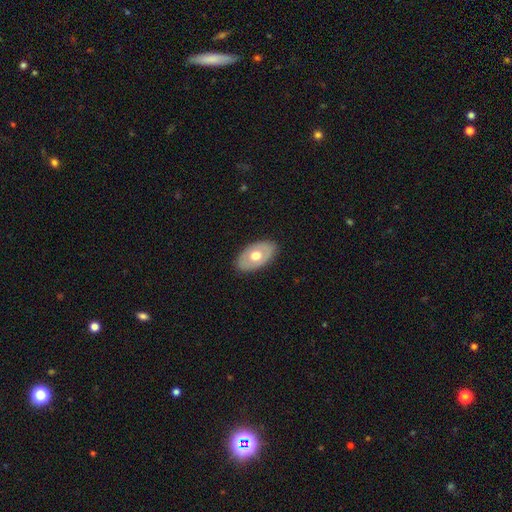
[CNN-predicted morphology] smooth-or-featured: smooth: 53% | featured or disk: 42% | star or artifact: 5%
  how-rounded: in between: 89% | round: 9% | cigar-shaped: 1%
  merging: none: 86% | minor disturbance: 11% | major disturbance: 2% | merger: 1%